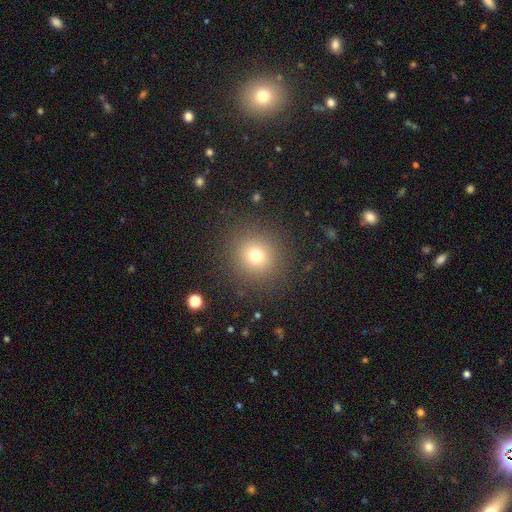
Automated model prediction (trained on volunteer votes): Smooth or featured? Predicted: smooth (p=0.74). How rounded? Predicted: round (p=0.90). Merging? Predicted: none (p=0.88).